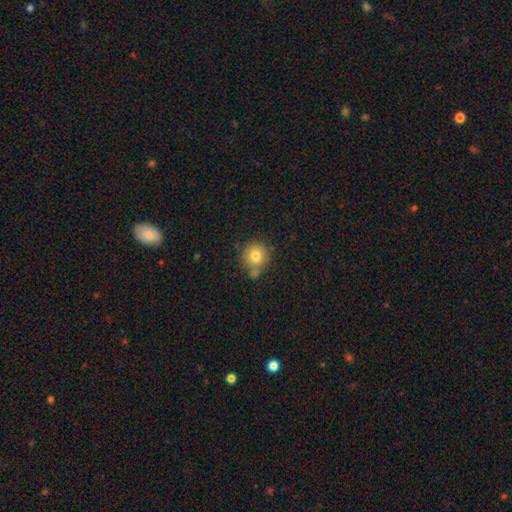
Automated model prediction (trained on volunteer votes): smooth_or_featured: smooth (p=0.78) [alt: featured or disk p=0.12]
how_rounded: round (p=0.90) [alt: in between p=0.09]
merging: none (p=0.61) [alt: merger p=0.18]